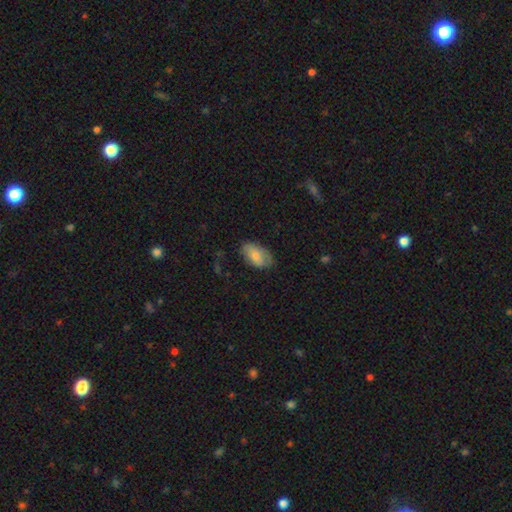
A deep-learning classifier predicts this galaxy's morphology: smooth-or-featured: smooth: 78% | featured or disk: 16% | star or artifact: 6%
  how-rounded: in between: 94% | round: 5% | cigar-shaped: 2%
  merging: none: 71% | minor disturbance: 22% | major disturbance: 5% | merger: 1%